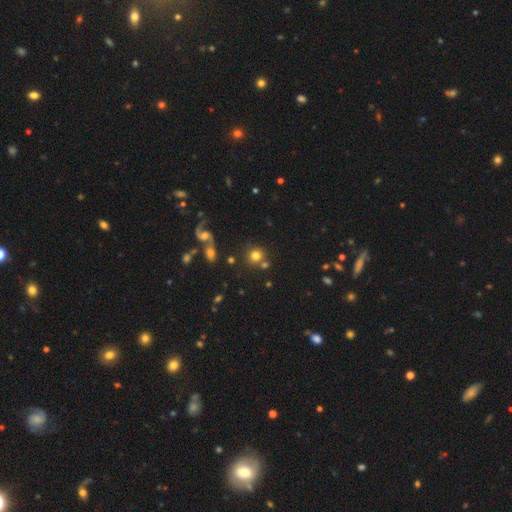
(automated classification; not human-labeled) smooth-or-featured: smooth: 72% | featured or disk: 15% | star or artifact: 12%
  how-rounded: round: 92% | in between: 7% | cigar-shaped: 1%
  merging: none: 71% | merger: 16% | minor disturbance: 9% | major disturbance: 4%